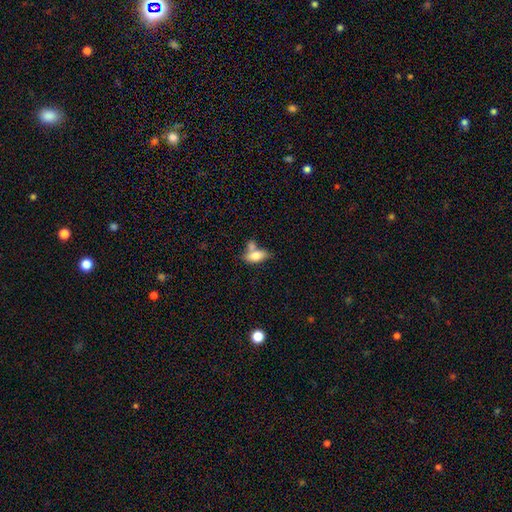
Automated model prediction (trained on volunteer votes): The model was most divided on "merging": merger: 42%, none: 37%, minor disturbance: 14%, major disturbance: 6%. More confident: how rounded — in between (85%); smooth or featured — smooth (75%).